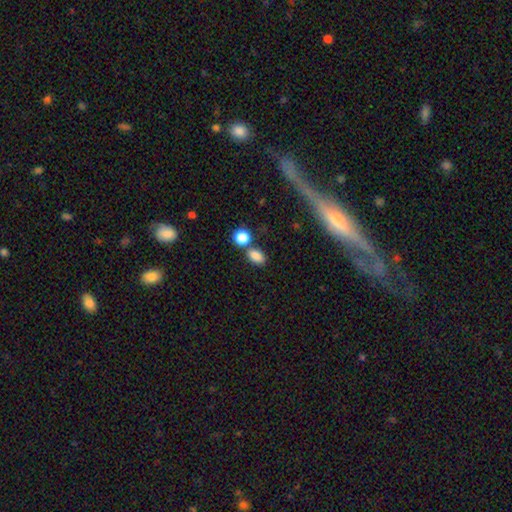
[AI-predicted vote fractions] Smooth or featured? Predicted: smooth (p=0.84). How rounded? Predicted: in between (p=0.82). Merging? Predicted: none (p=0.65).